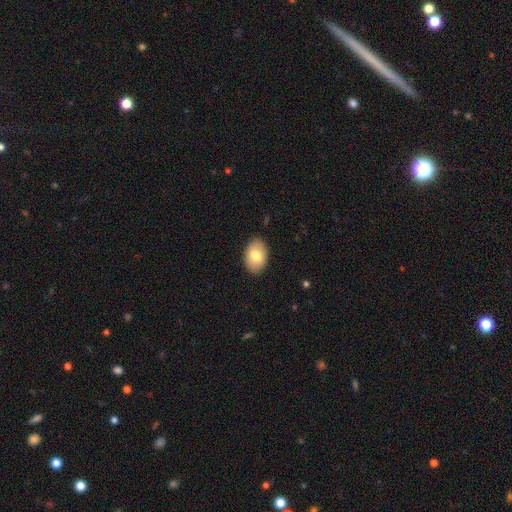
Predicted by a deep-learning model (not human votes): Smooth or featured?
  - smooth: 76% *
  - featured or disk: 17%
  - star or artifact: 6%
How rounded?
  - in between: 87% *
  - round: 12%
  - cigar-shaped: 1%
Merging?
  - none: 88% *
  - minor disturbance: 9%
  - major disturbance: 2%
  - merger: 1%